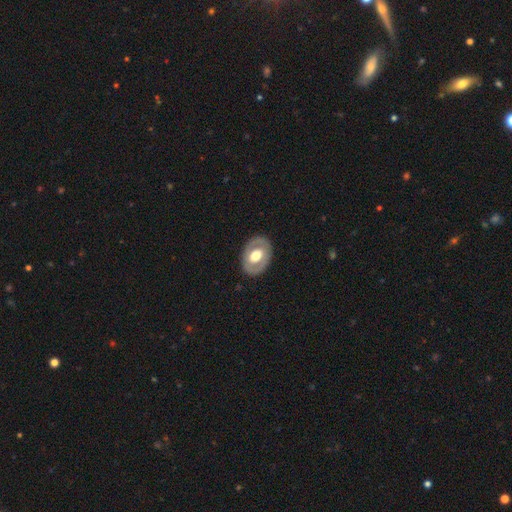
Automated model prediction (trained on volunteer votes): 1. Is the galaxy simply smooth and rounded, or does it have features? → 51% featured or disk, 44% smooth, 5% star or artifact.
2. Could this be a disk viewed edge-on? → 92% no, 8% yes.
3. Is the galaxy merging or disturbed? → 85% none, 11% minor disturbance, 4% major disturbance, 1% merger.